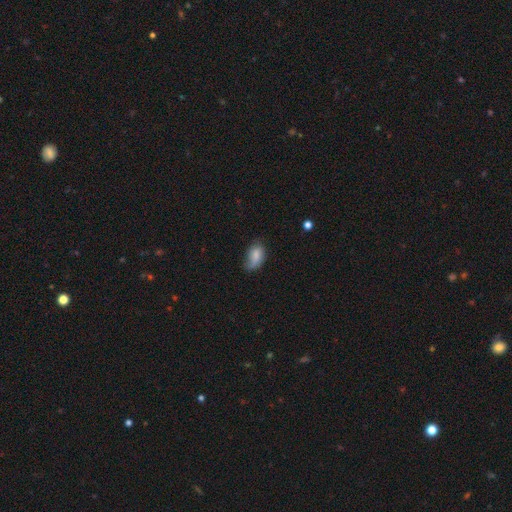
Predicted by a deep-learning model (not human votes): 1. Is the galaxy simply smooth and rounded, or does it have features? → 74% smooth, 18% featured or disk, 8% star or artifact.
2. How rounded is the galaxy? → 91% in between, 7% round, 3% cigar-shaped.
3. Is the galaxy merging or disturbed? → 47% none, 36% minor disturbance, 15% major disturbance, 2% merger.